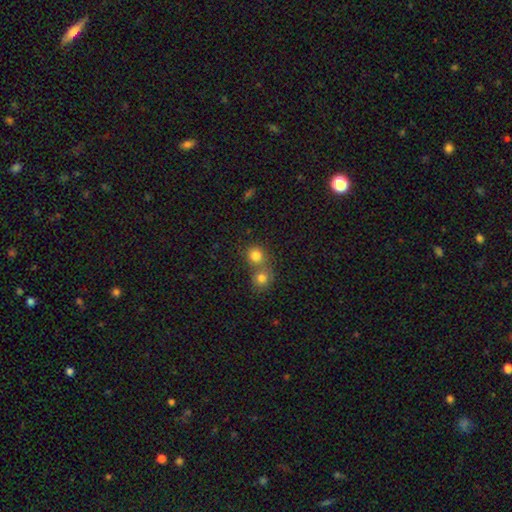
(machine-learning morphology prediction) A smooth galaxy with no disk features (81%) that is round (86%).

Vote fractions:
- Smooth or featured? smooth: 81% / star or artifact: 12% / featured or disk: 7%
- How rounded? round: 86% / in between: 13% / cigar-shaped: 1%
- Merging? none: 47% / merger: 45% / minor disturbance: 6% / major disturbance: 3%